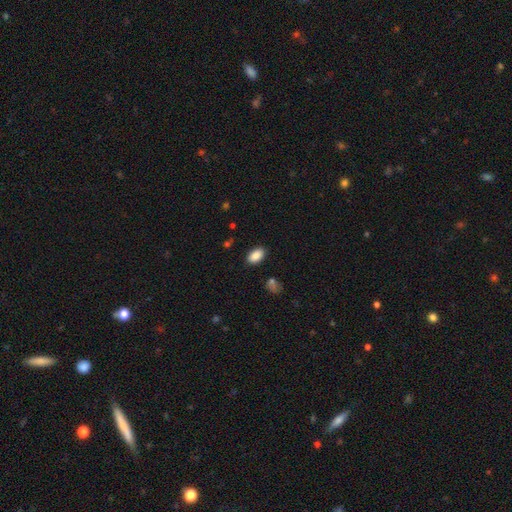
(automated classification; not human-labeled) This is clearly a smooth galaxy (88%). How rounded: clearly in between (93%). Merging: clearly none (87%).